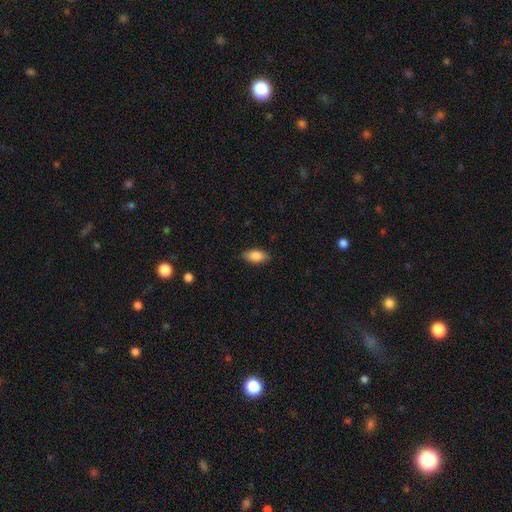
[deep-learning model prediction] smooth-or-featured: smooth: 86% | featured or disk: 7% | star or artifact: 7%
  how-rounded: in between: 91% | cigar-shaped: 6% | round: 3%
  merging: none: 86% | minor disturbance: 11% | major disturbance: 2% | merger: 1%